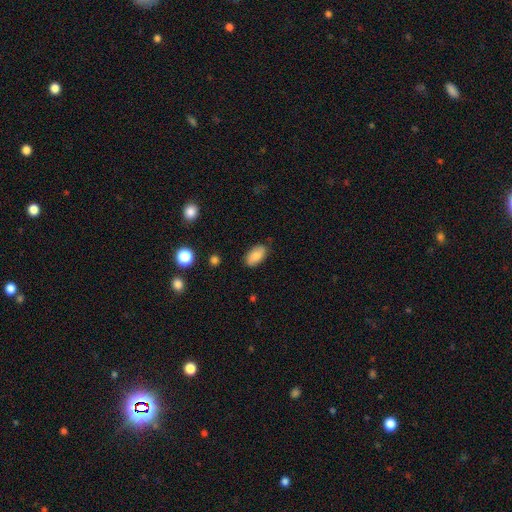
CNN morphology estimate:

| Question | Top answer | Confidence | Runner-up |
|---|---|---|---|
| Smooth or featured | smooth | 77% | featured or disk (15%) |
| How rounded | in between | 93% | round (4%) |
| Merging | none | 80% | minor disturbance (15%) |